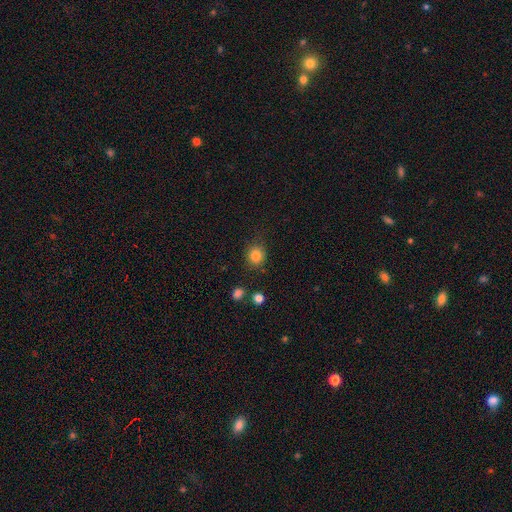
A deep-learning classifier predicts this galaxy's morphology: Overall: smooth (84%). How rounded: round (79%). Merging: none (80%).